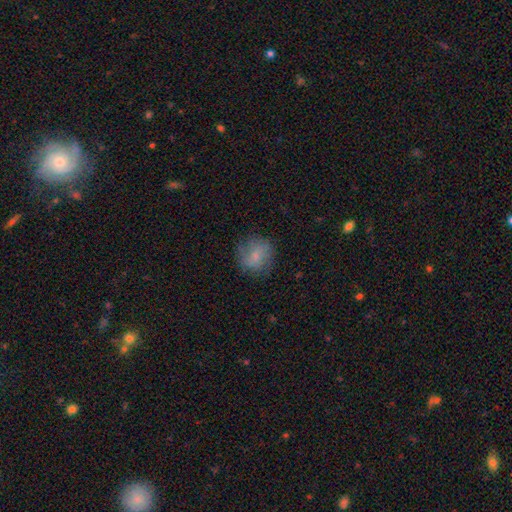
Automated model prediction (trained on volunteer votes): smooth_or_featured: smooth (p=0.70) [alt: featured or disk p=0.21]
how_rounded: round (p=0.81) [alt: in between p=0.18]
merging: none (p=0.75) [alt: minor disturbance p=0.17]